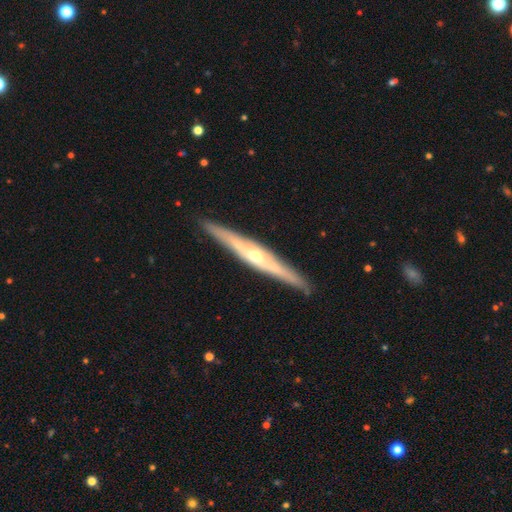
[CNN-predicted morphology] Smooth or featured: featured or disk — 79% (smooth — 16%)
Edge-on disk: yes — 95% (no — 5%)
Edge-on bulge: rounded — 81% (none — 12%)
Merging: none — 90% (minor disturbance — 8%)